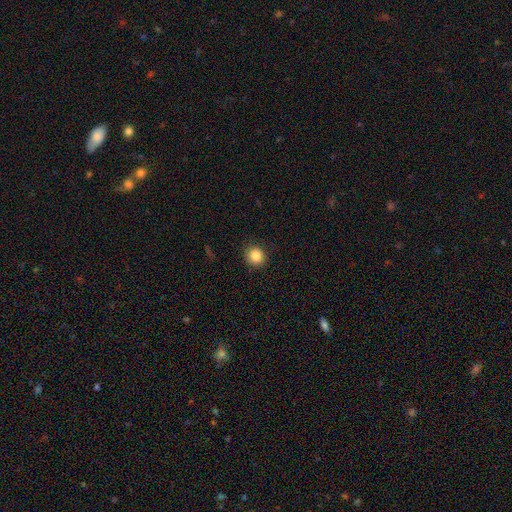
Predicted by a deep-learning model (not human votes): Smooth or featured: smooth — 85% (star or artifact — 10%)
How rounded: round — 90% (in between — 9%)
Merging: none — 89% (minor disturbance — 8%)